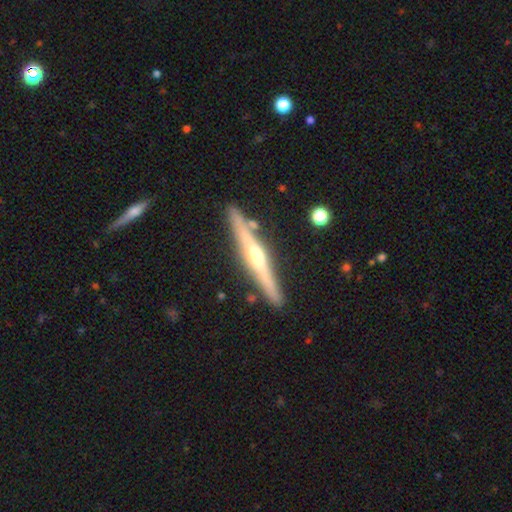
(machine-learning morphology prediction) Smooth or featured: featured or disk — 77% (smooth — 17%)
Edge-on disk: yes — 97% (no — 3%)
Edge-on bulge: rounded — 85% (none — 8%)
Merging: none — 87% (minor disturbance — 9%)